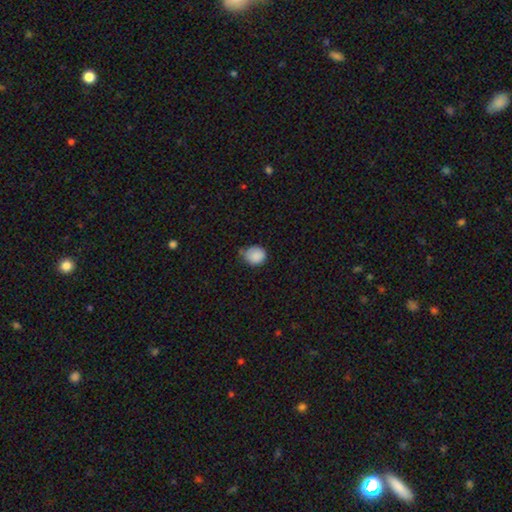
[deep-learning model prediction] Smooth or featured?
  - smooth: 87% *
  - star or artifact: 9%
  - featured or disk: 4%
How rounded?
  - round: 74% *
  - in between: 25%
  - cigar-shaped: 1%
Merging?
  - none: 55% *
  - minor disturbance: 36%
  - major disturbance: 6%
  - merger: 3%